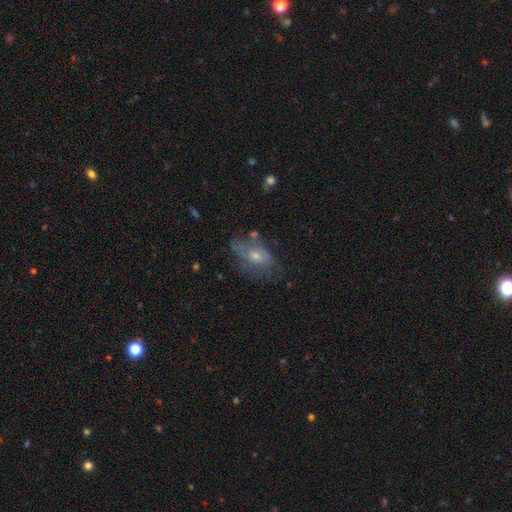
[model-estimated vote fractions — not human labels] This appears to be a featured or disk galaxy (53%). Merging: none (56%).